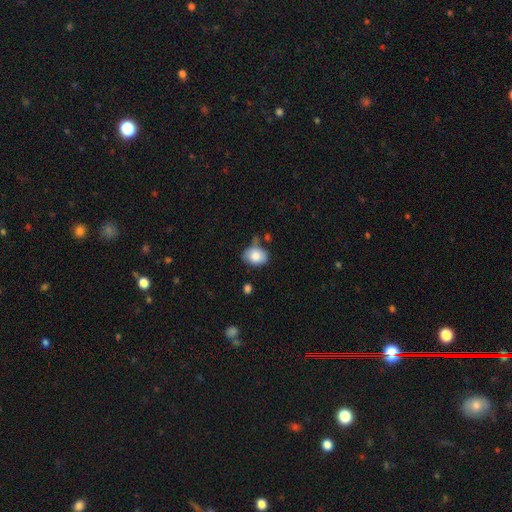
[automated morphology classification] Q: Smooth or featured?
A: smooth (83%); runner-up: featured or disk (9%)
Q: How rounded?
A: in between (67%); runner-up: round (32%)
Q: Merging?
A: none (60%); runner-up: minor disturbance (25%)